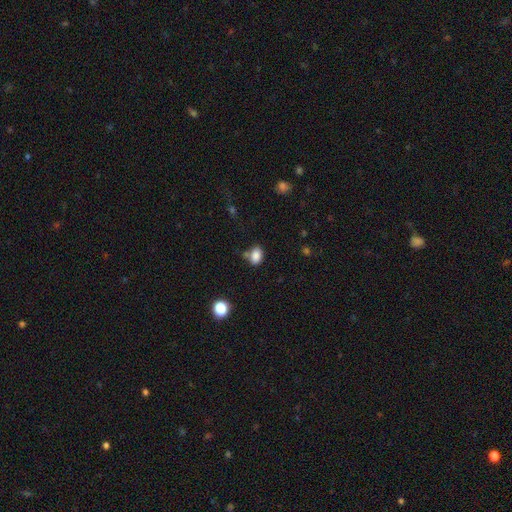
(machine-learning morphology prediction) Overall: smooth (84%). How rounded: in between (76%). Merging: none (59%; minor disturbance 19%).